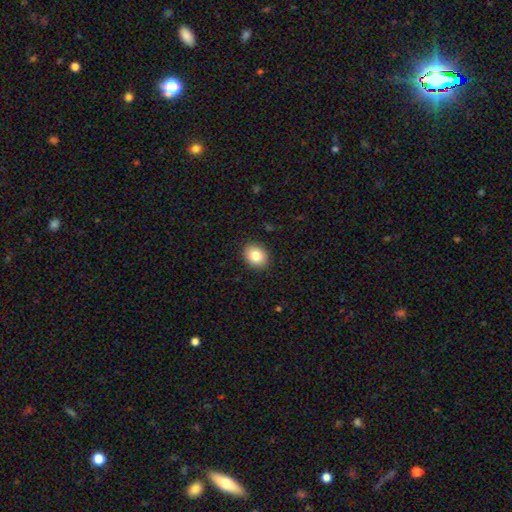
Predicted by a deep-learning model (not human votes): A smooth galaxy with no disk features (84%) that is in between round and cigar-shaped (54%).

Vote fractions:
- Smooth or featured? smooth: 84% / star or artifact: 9% / featured or disk: 8%
- How rounded? in between: 54% / round: 45% / cigar-shaped: 1%
- Merging? none: 90% / minor disturbance: 7% / major disturbance: 2% / merger: 1%